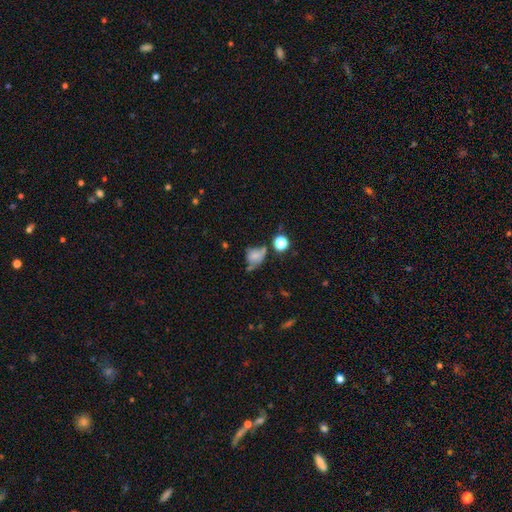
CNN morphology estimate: smooth_or_featured: smooth (p=0.62) [alt: featured or disk p=0.23]
how_rounded: in between (p=0.55) [alt: round p=0.44]
merging: none (p=0.33) [alt: minor disturbance p=0.31]